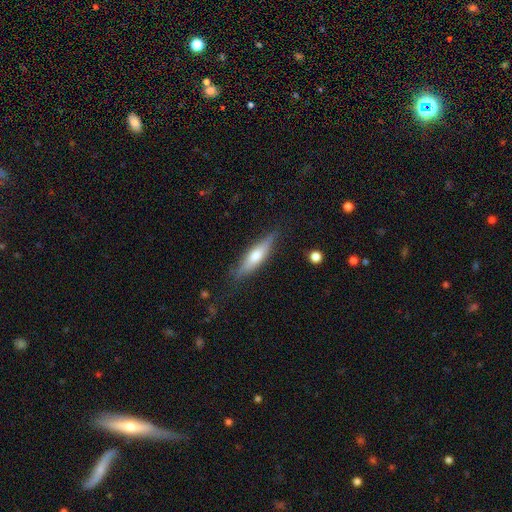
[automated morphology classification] A smooth galaxy with no disk features (49%).

Vote fractions:
- Smooth or featured? smooth: 49% / featured or disk: 45% / star or artifact: 6%
- Merging? none: 80% / minor disturbance: 15% / major disturbance: 3% / merger: 1%